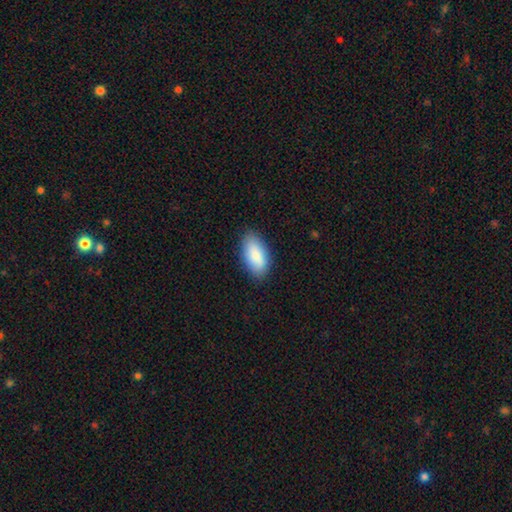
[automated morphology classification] Overall: smooth (86%). How rounded: in between (93%). Merging: none (86%).